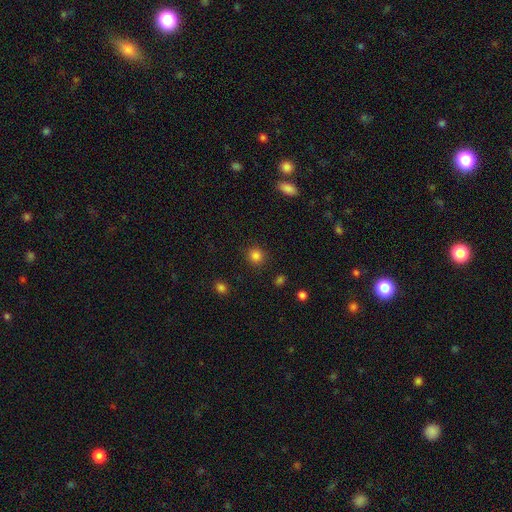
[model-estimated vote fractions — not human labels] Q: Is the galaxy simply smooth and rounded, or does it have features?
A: smooth — 84%.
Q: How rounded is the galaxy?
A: round — 91%.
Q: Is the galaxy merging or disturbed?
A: none — 89%.